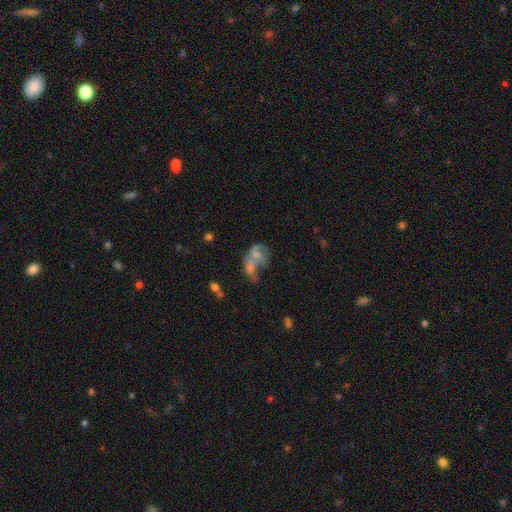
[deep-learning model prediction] Q: Smooth or featured?
A: smooth (47%); runner-up: featured or disk (40%)
Q: Merging?
A: merger (53%); runner-up: major disturbance (23%)